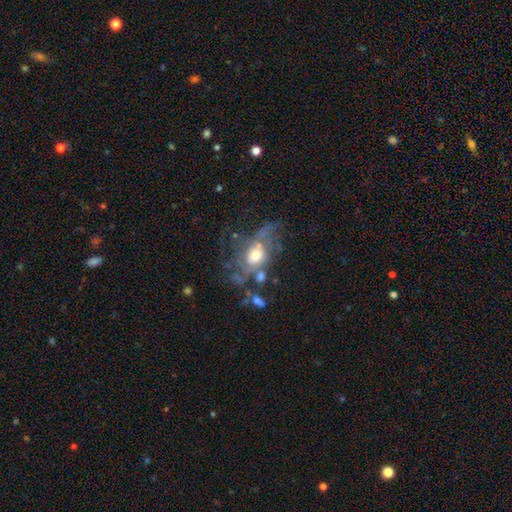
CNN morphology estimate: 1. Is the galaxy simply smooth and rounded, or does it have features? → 71% featured or disk, 19% smooth, 10% star or artifact.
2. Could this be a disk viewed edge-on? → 94% no, 6% yes.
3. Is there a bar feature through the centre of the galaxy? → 74% no, 21% weak, 5% strong.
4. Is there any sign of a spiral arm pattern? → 67% yes, 33% no.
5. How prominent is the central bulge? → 57% moderate, 27% large, 11% small, 2% dominant, 2% none.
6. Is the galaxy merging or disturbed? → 37% none, 34% major disturbance, 19% minor disturbance, 11% merger.